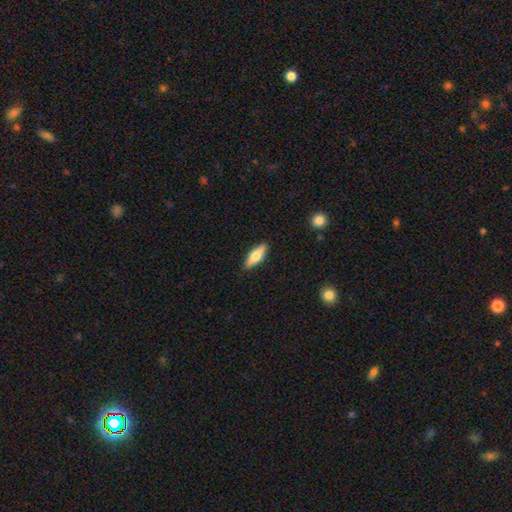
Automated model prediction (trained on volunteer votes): Overall: smooth (56%; featured or disk 38%). How rounded: cigar-shaped (50%; in between 48%). Merging: none (89%).